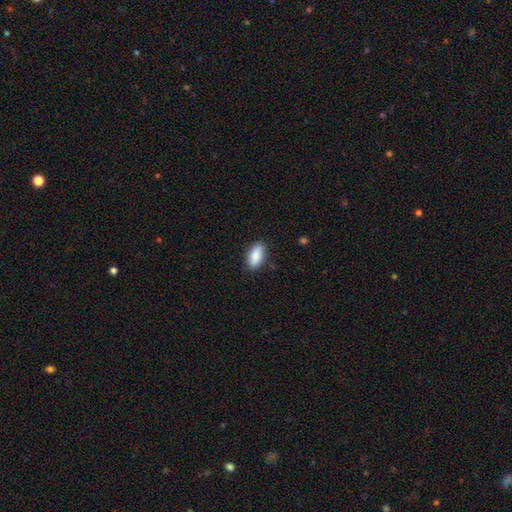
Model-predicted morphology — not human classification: A smooth galaxy with no disk features (88%) that is in between round and cigar-shaped (87%).

Vote fractions:
- Smooth or featured? smooth: 88% / star or artifact: 6% / featured or disk: 6%
- How rounded? in between: 87% / cigar-shaped: 10% / round: 3%
- Merging? none: 85% / minor disturbance: 12% / major disturbance: 2% / merger: 1%